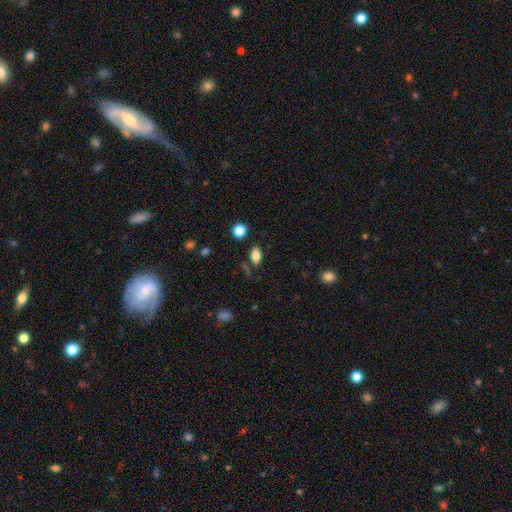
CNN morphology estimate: Smooth or featured: smooth — 82% (star or artifact — 10%)
How rounded: in between — 87% (round — 9%)
Merging: none — 79% (minor disturbance — 13%)